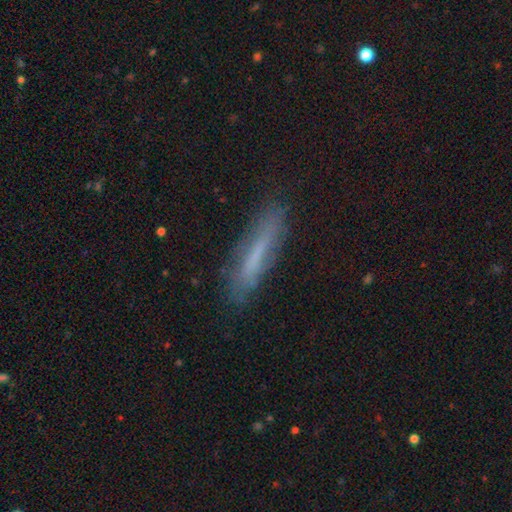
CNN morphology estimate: Smooth or featured? Predicted: smooth (p=0.56). How rounded? Predicted: cigar-shaped (p=0.87). Merging? Predicted: none (p=0.81).